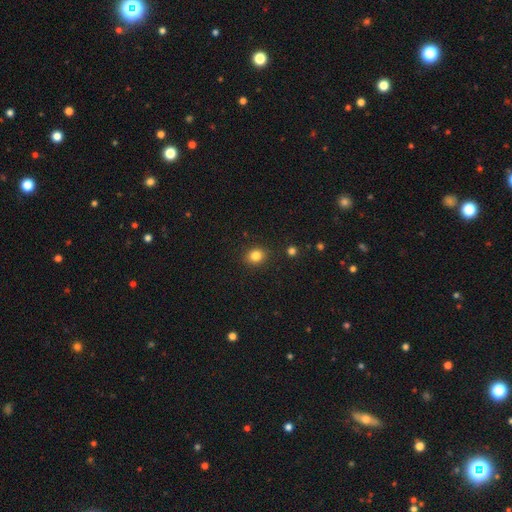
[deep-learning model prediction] Smooth or featured: smooth — 83% (star or artifact — 12%)
How rounded: round — 67% (in between — 32%)
Merging: none — 89% (minor disturbance — 7%)